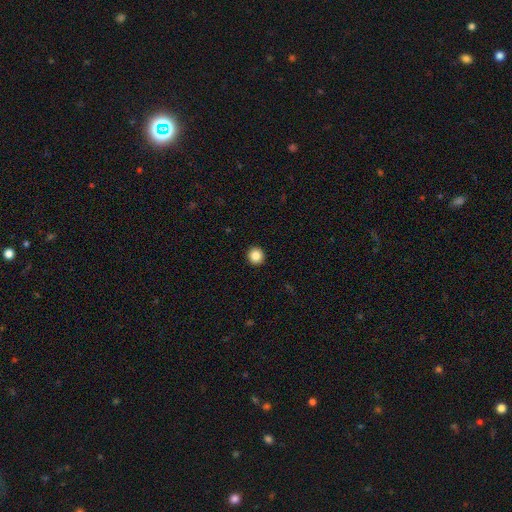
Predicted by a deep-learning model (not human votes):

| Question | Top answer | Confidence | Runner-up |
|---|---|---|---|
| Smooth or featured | smooth | 86% | star or artifact (10%) |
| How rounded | round | 95% | in between (4%) |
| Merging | none | 94% | minor disturbance (4%) |